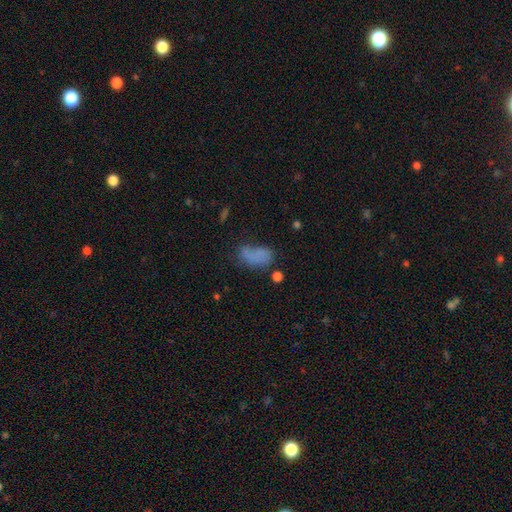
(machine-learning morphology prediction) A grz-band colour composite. It shows a smooth galaxy with no disk features (68%) that is in between round and cigar-shaped (88%). Merging: none (37%).